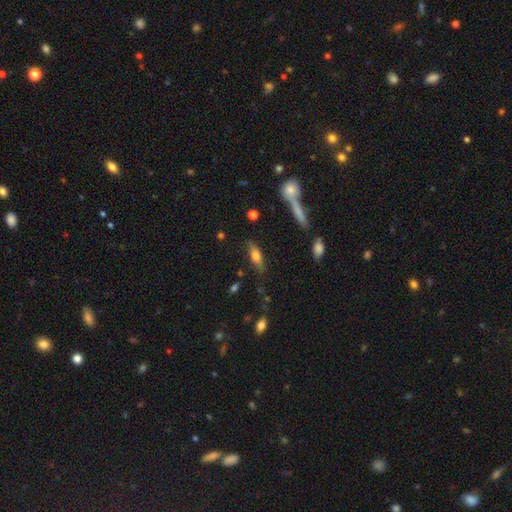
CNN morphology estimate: Q: Smooth or featured?
A: smooth (63%); runner-up: featured or disk (29%)
Q: How rounded?
A: in between (57%); runner-up: cigar-shaped (40%)
Q: Merging?
A: none (76%); runner-up: minor disturbance (16%)